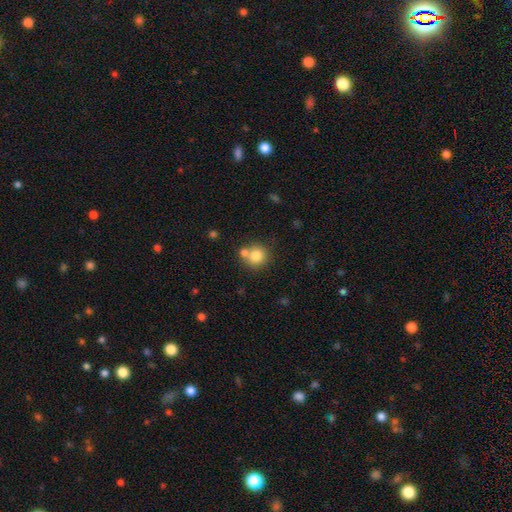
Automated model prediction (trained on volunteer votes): Smooth or featured? smooth (81%)
How rounded? round (90%)
Merging? none (62%)